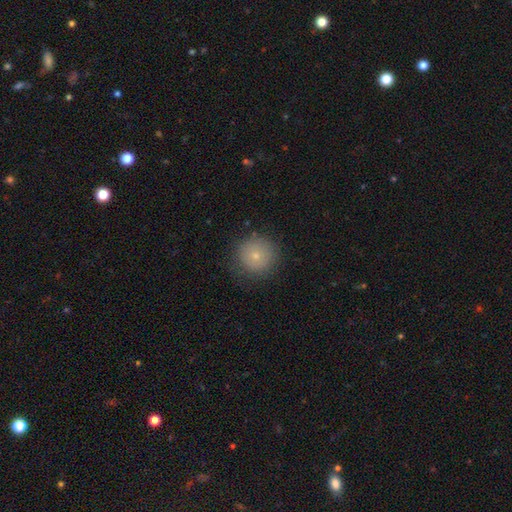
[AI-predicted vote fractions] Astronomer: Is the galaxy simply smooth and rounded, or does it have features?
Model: smooth — 74%.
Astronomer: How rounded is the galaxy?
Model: round — 94%.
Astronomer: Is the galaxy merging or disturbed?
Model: none — 82%.